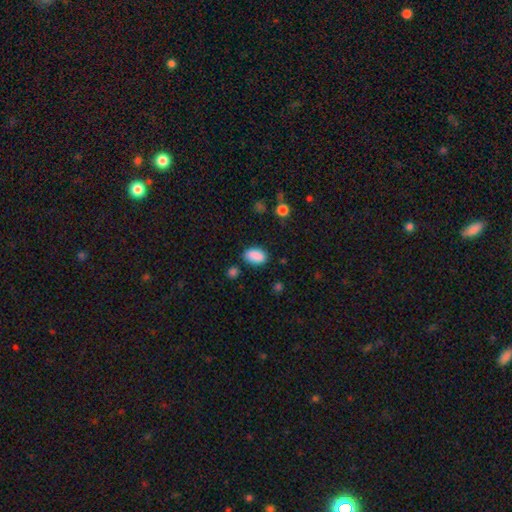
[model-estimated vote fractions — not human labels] Morphology: type=smooth (89%); roundness=in between (91%); merging=none (80%).